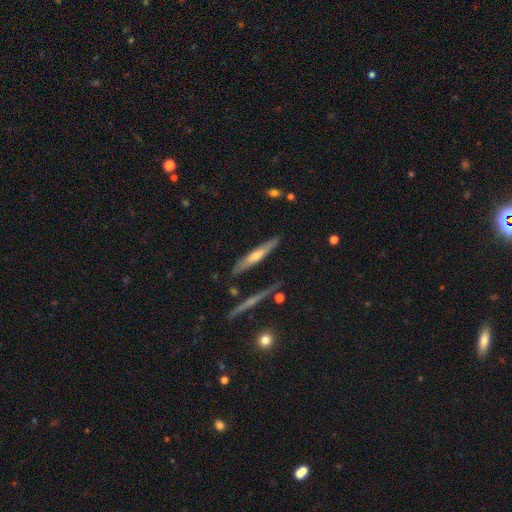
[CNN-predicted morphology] The model was most divided on "smooth or featured": featured or disk: 51%, smooth: 43%, star or artifact: 7%. More confident: edge-on disk — yes (90%); merging — none (82%).